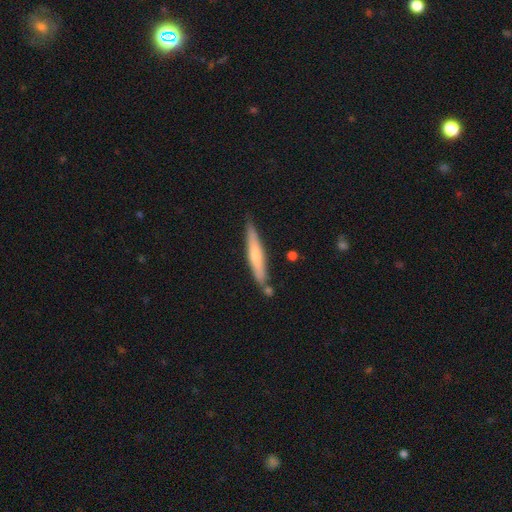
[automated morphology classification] Overall: smooth (56%; featured or disk 38%). How rounded: cigar-shaped (92%). Merging: none (76%).